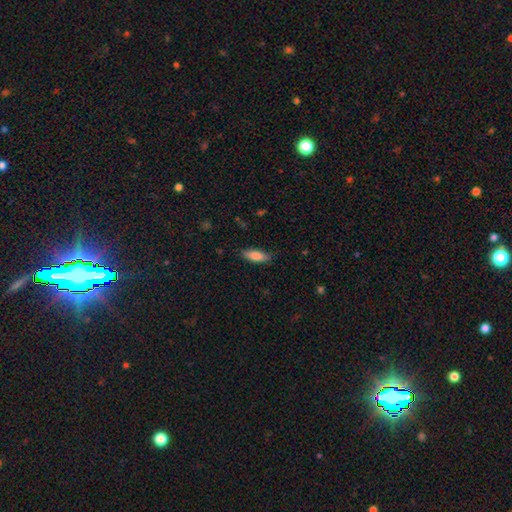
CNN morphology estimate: type=smooth (84%); roundness=in between (65%); merging=none (83%).